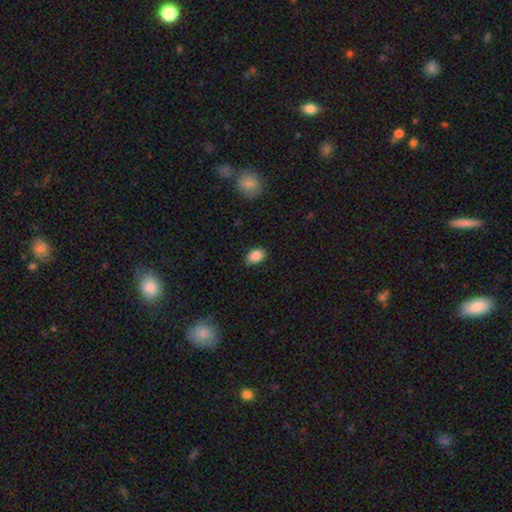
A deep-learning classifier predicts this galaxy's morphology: Smooth or featured?
  - smooth: 87% *
  - star or artifact: 8%
  - featured or disk: 5%
How rounded?
  - in between: 84% *
  - round: 15%
  - cigar-shaped: 1%
Merging?
  - none: 74% *
  - minor disturbance: 22%
  - major disturbance: 3%
  - merger: 1%